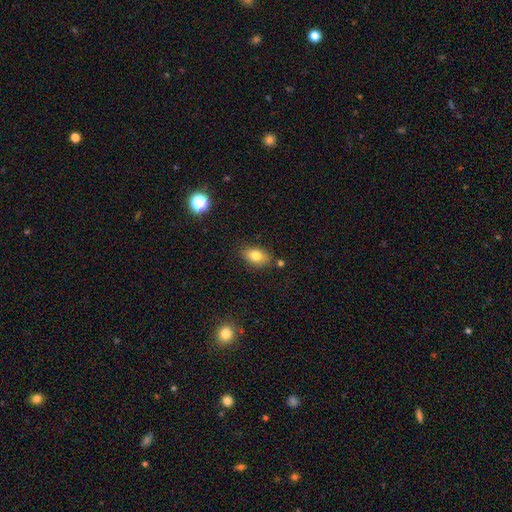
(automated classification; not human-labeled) This is clearly a smooth galaxy (81%). How rounded: clearly in between (86%). Merging: likely none (79%).